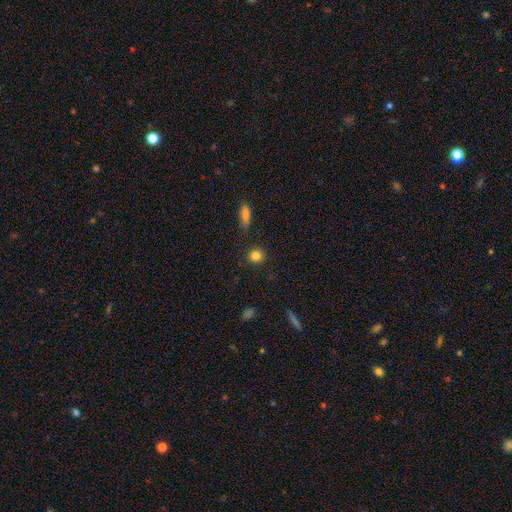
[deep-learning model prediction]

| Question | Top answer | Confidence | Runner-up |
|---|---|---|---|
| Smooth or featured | smooth | 83% | star or artifact (11%) |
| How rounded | round | 90% | in between (9%) |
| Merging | none | 89% | minor disturbance (7%) |